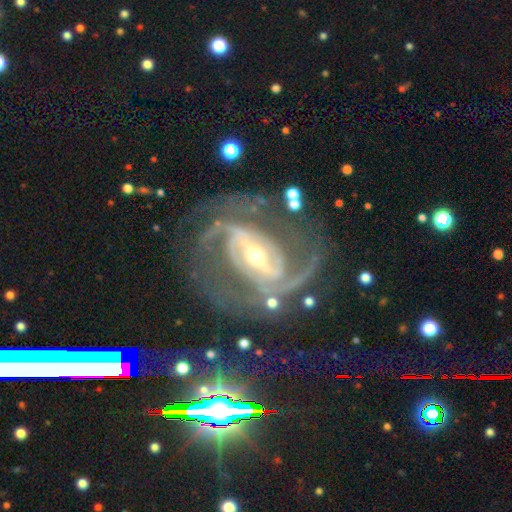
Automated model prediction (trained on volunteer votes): The model was most divided on "bulge size": small: 52%, moderate: 43%, large: 3%, none: 1%, dominant: 1%. More confident: spiral arms — yes (98%); edge-on disk — no (97%); smooth or featured — featured or disk (93%); merging — none (64%); bar — strong (63%); spiral arm count — 2 (56%); spiral winding — medium (50%).